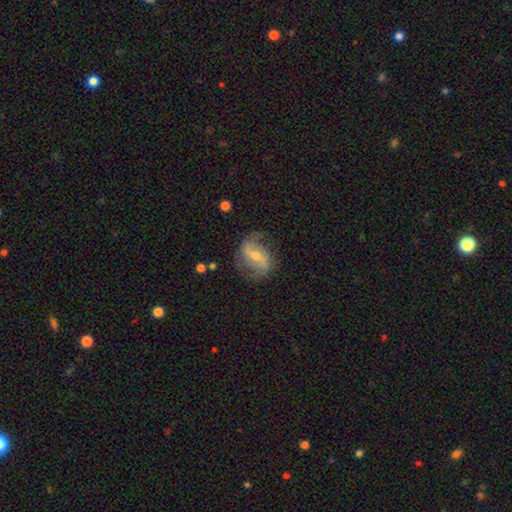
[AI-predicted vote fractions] This is likely a featured or disk galaxy (75%). It is clearly not viewed edge-on (96%). Bar: marginally weak (44%). Spiral arm pattern: clearly yes (87%). Spiral arm count: clearly 2 (85%). Spiral winding: marginally loose (41%, tied with medium). Central bulge: possibly moderate (59%). Merging: likely none (70%).